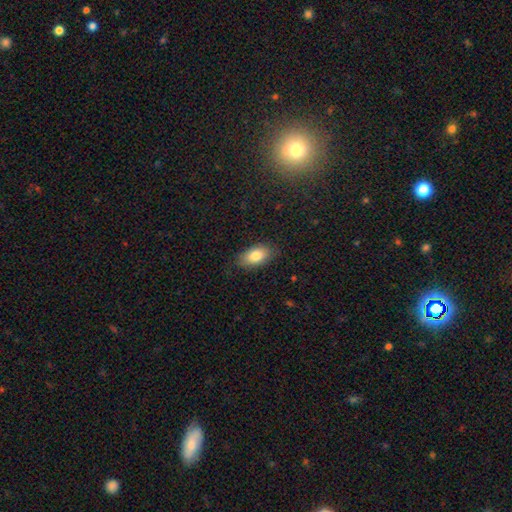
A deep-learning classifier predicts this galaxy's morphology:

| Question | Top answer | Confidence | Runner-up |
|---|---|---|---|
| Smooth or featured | smooth | 83% | featured or disk (11%) |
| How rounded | in between | 93% | cigar-shaped (4%) |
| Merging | none | 85% | minor disturbance (12%) |